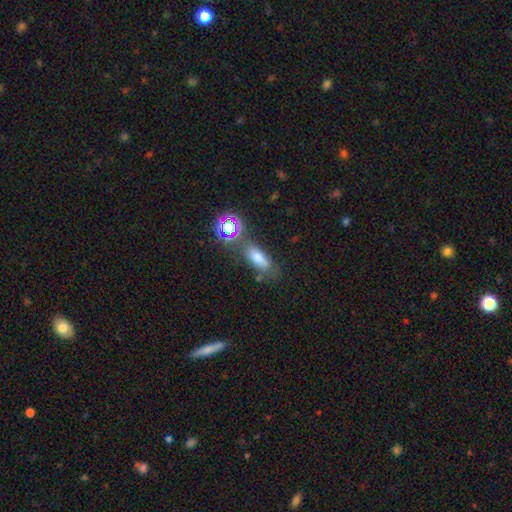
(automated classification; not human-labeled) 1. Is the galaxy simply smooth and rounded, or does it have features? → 62% smooth, 24% star or artifact, 14% featured or disk.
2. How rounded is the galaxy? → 63% in between, 27% cigar-shaped, 10% round.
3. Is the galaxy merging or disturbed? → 65% none, 18% minor disturbance, 11% merger, 7% major disturbance.